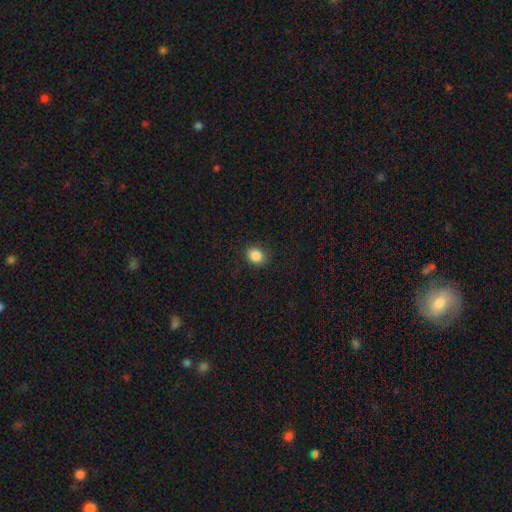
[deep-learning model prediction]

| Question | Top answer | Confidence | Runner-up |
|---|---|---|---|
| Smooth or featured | smooth | 86% | star or artifact (10%) |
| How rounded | round | 66% | in between (33%) |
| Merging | none | 88% | minor disturbance (9%) |